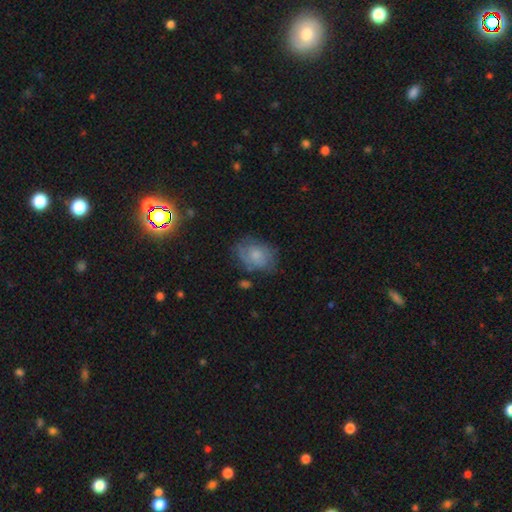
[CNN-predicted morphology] Smooth or featured? Predicted: smooth (p=0.57). How rounded? Predicted: in between (p=0.68). Merging? Predicted: none (p=0.60).